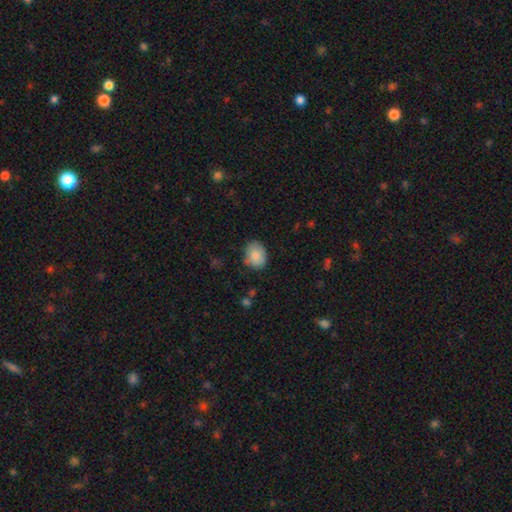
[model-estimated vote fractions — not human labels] Smooth or featured? Predicted: smooth (p=0.85). How rounded? Predicted: in between (p=0.60). Merging? Predicted: none (p=0.73).